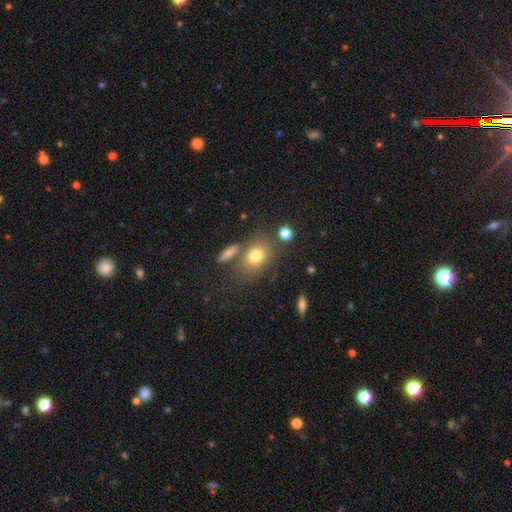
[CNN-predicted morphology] This appears to be a smooth galaxy with no disk features (76%) that is in between round and cigar-shaped (65%). Merging: none (63%).